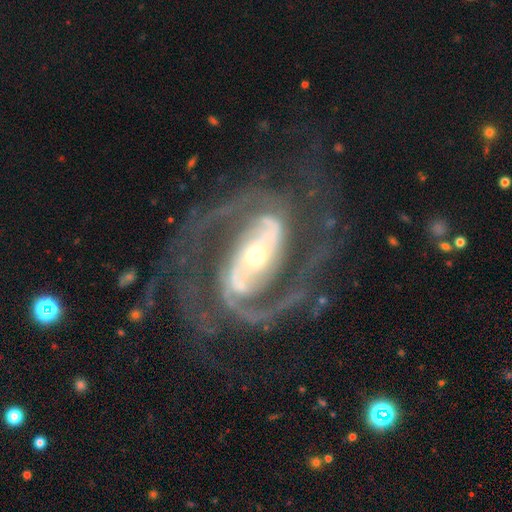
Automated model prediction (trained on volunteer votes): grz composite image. It shows a featured or disk galaxy (93%) with a strong bar (54%), 2 (84%) medium (58%) spiral arms (98%) and a moderate central bulge (47%). Merging: none (69%).